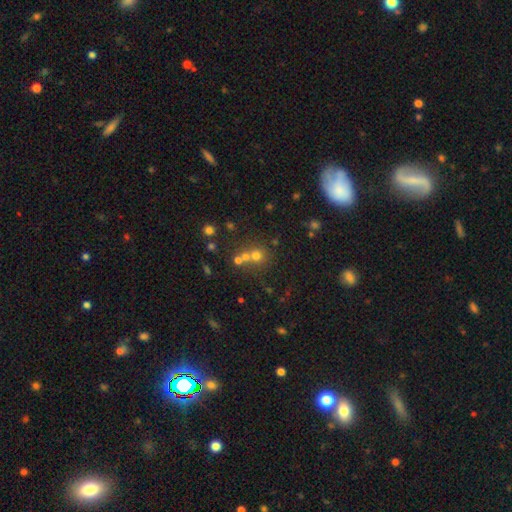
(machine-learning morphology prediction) This appears to be a smooth galaxy with no disk features (62%) that is round (87%). Merging: none (51%).